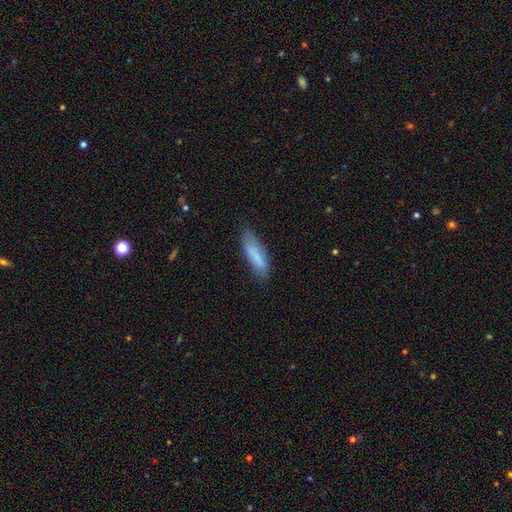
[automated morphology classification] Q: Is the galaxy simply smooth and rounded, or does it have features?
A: smooth — 81%.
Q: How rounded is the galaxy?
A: cigar-shaped — 57%.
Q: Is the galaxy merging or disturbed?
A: none — 71%.